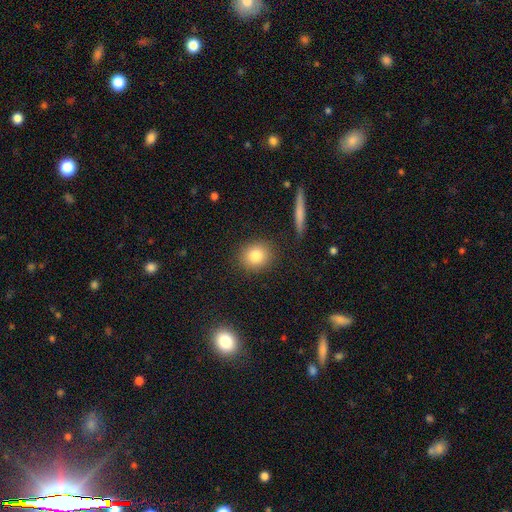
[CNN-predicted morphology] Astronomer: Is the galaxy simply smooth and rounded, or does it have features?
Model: smooth — 82%.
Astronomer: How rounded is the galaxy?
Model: round — 79%.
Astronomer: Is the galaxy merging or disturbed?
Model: none — 88%.